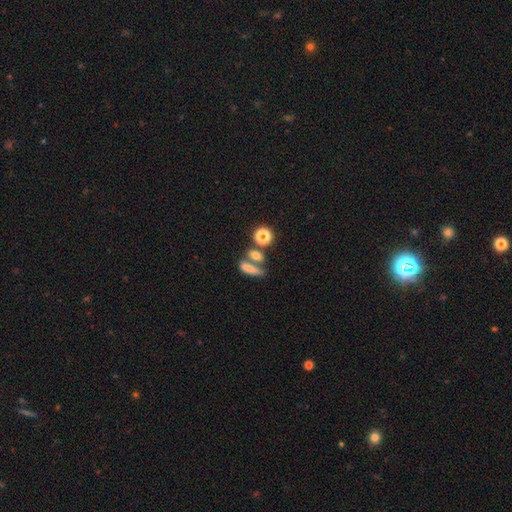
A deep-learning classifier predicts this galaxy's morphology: Smooth or featured: smooth — 74% (star or artifact — 13%)
How rounded: in between — 42% (round — 33%)
Merging: none — 49% (merger — 34%)